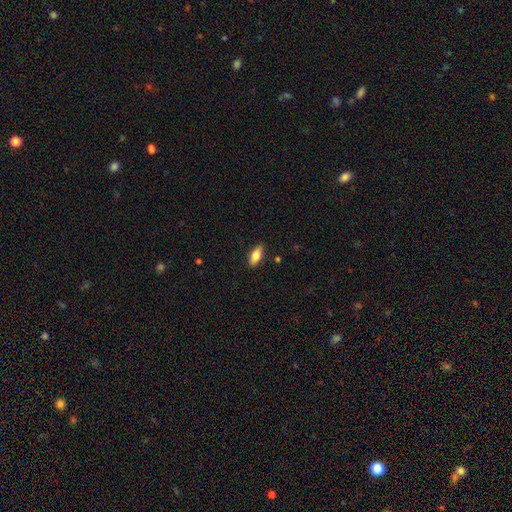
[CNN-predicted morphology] A smooth galaxy with no disk features (81%) that is in between round and cigar-shaped (85%).

Vote fractions:
- Smooth or featured? smooth: 81% / featured or disk: 13% / star or artifact: 7%
- How rounded? in between: 85% / cigar-shaped: 13% / round: 2%
- Merging? none: 87% / minor disturbance: 9% / major disturbance: 2% / merger: 1%